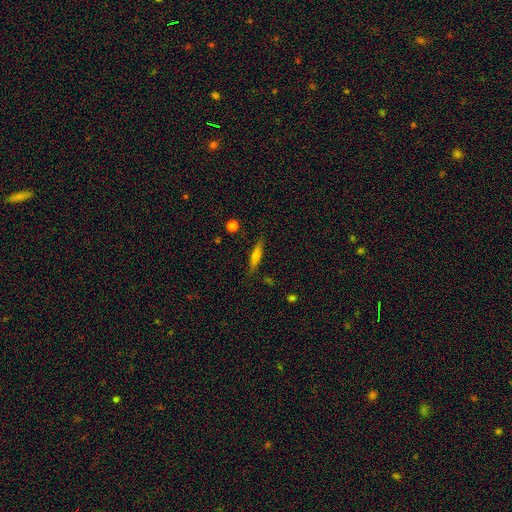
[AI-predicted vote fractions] A smooth galaxy with no disk features (58%) that is cigar-shaped (83%). Merging: none (85%).